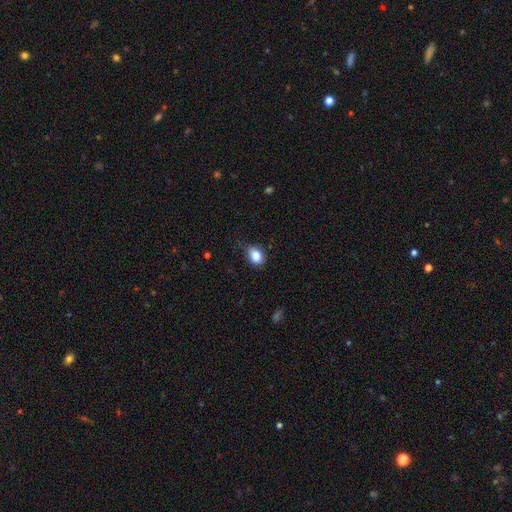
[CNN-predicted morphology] A smooth galaxy with no disk features (86%) that is in between round and cigar-shaped (59%).

Vote fractions:
- Smooth or featured? smooth: 86% / star or artifact: 9% / featured or disk: 5%
- How rounded? in between: 59% / round: 40% / cigar-shaped: 1%
- Merging? none: 61% / minor disturbance: 30% / major disturbance: 7% / merger: 2%